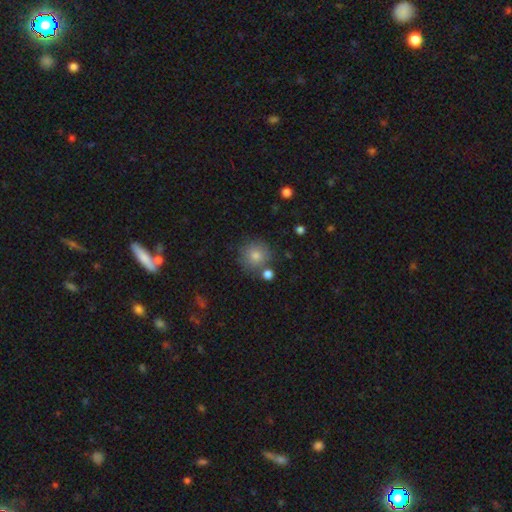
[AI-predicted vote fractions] Smooth or featured: smooth — 80% (star or artifact — 12%)
How rounded: round — 94% (in between — 5%)
Merging: none — 80% (minor disturbance — 9%)